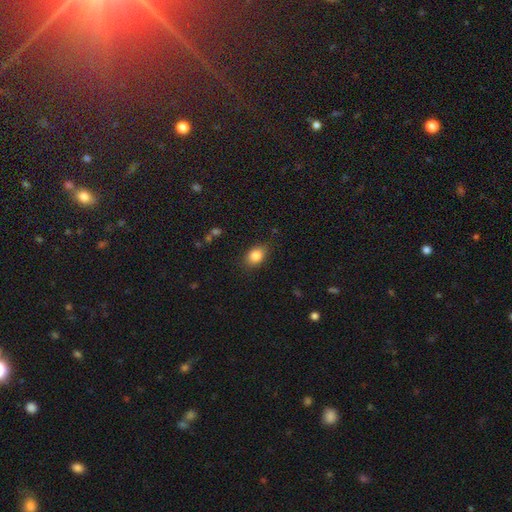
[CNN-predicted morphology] Smooth or featured: smooth — 85% (star or artifact — 9%)
How rounded: in between — 73% (round — 26%)
Merging: none — 83% (minor disturbance — 12%)